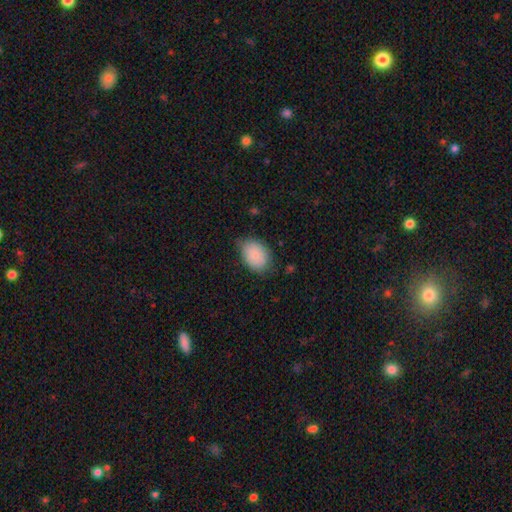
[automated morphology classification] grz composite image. It shows a smooth galaxy with no disk features (86%) that is in between round and cigar-shaped (77%). Merging: none (68%).